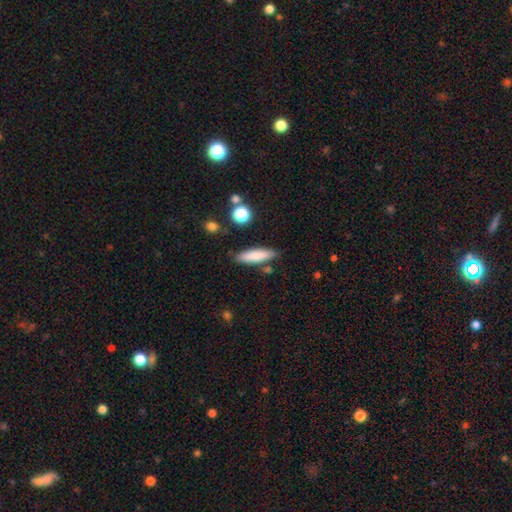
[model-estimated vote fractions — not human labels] Q: Smooth or featured?
A: smooth (81%); runner-up: featured or disk (12%)
Q: How rounded?
A: cigar-shaped (65%); runner-up: in between (33%)
Q: Merging?
A: none (81%); runner-up: minor disturbance (12%)